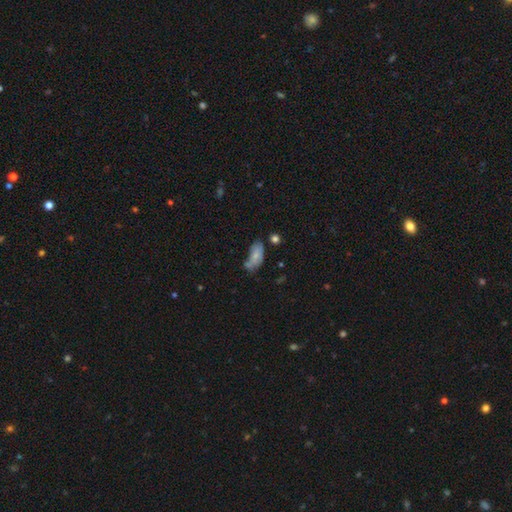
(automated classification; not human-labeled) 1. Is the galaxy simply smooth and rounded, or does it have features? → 72% smooth, 20% featured or disk, 8% star or artifact.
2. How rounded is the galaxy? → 90% in between, 6% cigar-shaped, 4% round.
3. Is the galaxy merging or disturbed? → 44% none, 29% minor disturbance, 18% merger, 10% major disturbance.